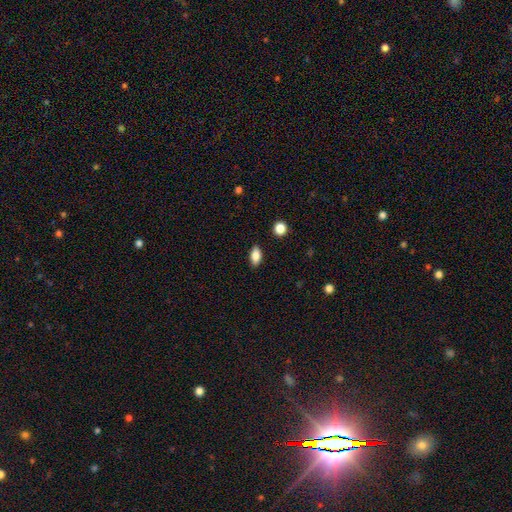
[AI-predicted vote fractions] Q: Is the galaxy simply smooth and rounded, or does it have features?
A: smooth — 84%.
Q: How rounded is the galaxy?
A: in between — 88%.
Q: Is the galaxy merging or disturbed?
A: none — 88%.